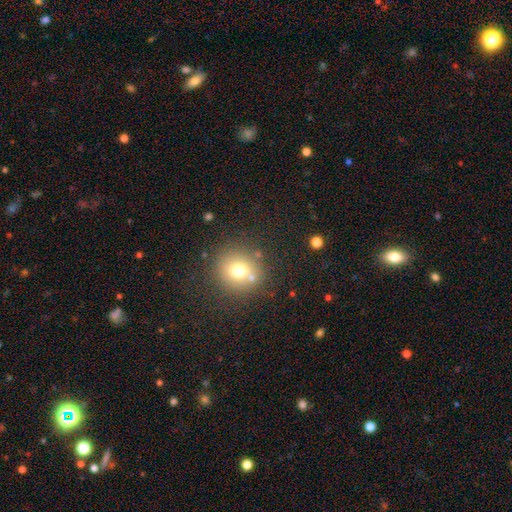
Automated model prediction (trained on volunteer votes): Smooth or featured? Predicted: smooth (p=0.62). How rounded? Predicted: round (p=0.81). Merging? Predicted: none (p=0.88).